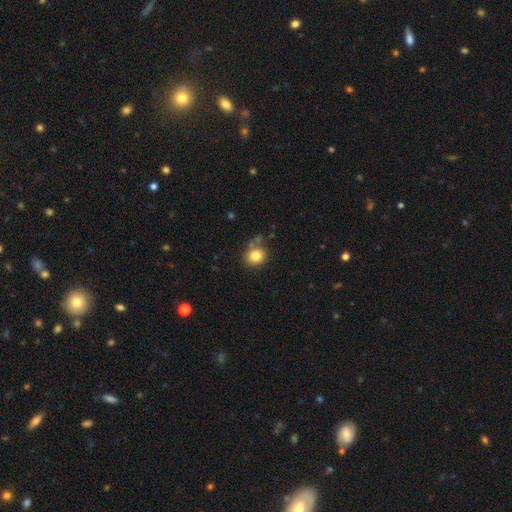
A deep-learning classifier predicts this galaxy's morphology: Overall: smooth (82%). How rounded: round (76%). Merging: none (69%).